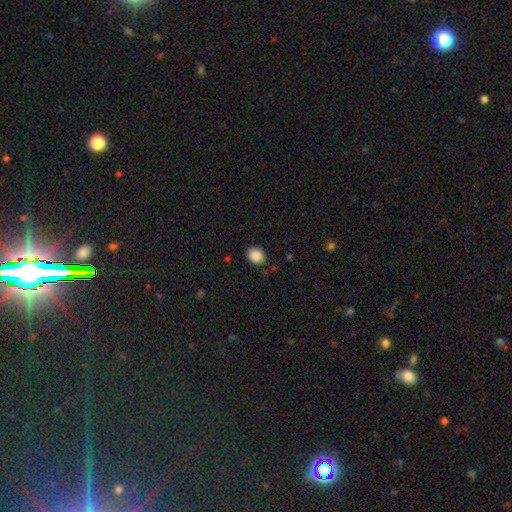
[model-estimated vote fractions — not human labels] This is clearly a smooth galaxy (89%). How rounded: possibly round (58%). Merging: clearly none (85%).